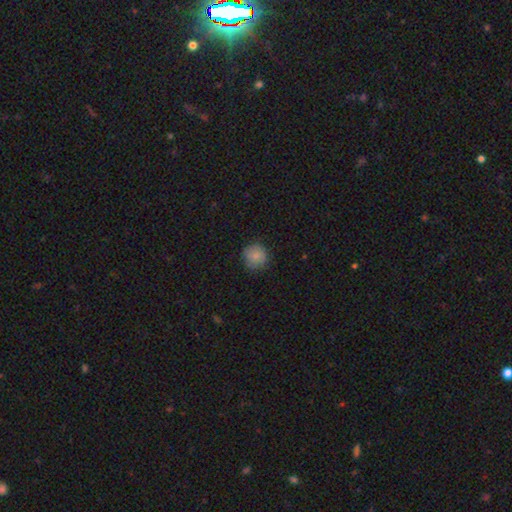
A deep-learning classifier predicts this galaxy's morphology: Q: Smooth or featured?
A: smooth (83%); runner-up: star or artifact (10%)
Q: How rounded?
A: round (91%); runner-up: in between (8%)
Q: Merging?
A: none (81%); runner-up: minor disturbance (15%)